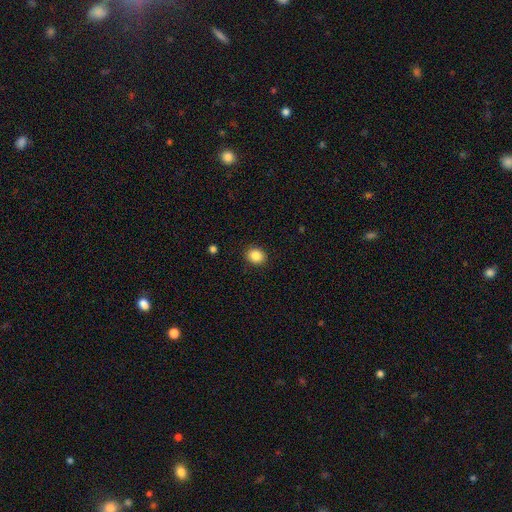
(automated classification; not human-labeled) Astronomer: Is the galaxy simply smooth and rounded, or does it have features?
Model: smooth — 86%.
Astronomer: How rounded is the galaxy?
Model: round — 66%.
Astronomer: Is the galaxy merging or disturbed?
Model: none — 90%.